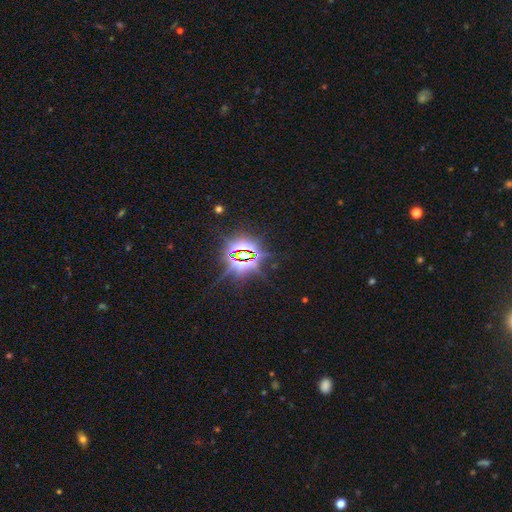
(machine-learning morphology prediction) A star or artifact, not a galaxy (85%).

Vote fractions:
- Smooth or featured? star or artifact: 85% / featured or disk: 8% / smooth: 8%